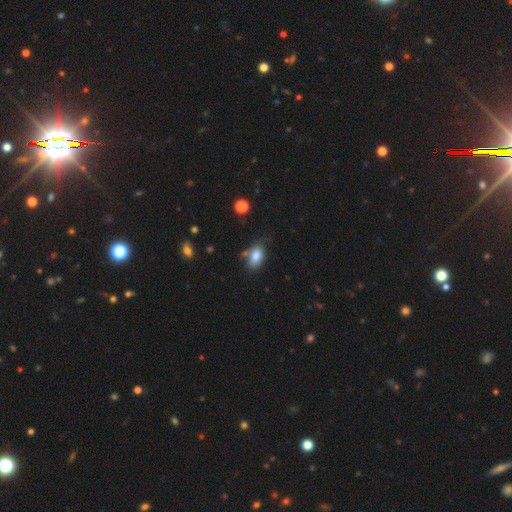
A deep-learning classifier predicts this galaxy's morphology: This is clearly a smooth galaxy (83%). How rounded: clearly in between (87%). Merging: likely none (63%).